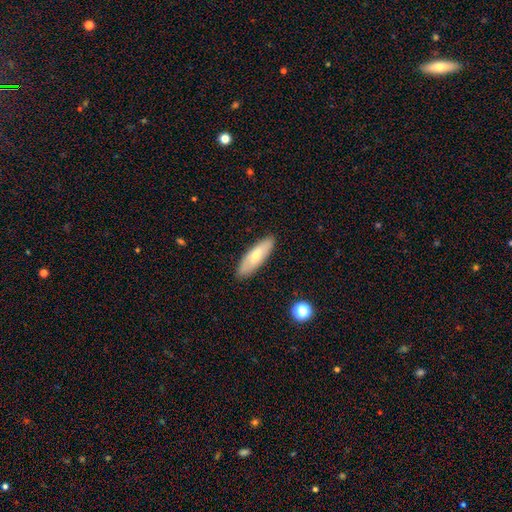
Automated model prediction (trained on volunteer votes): smooth-or-featured: smooth: 57% | featured or disk: 37% | star or artifact: 6%
  how-rounded: in between: 49% | cigar-shaped: 48% | round: 2%
  merging: none: 89% | minor disturbance: 8% | major disturbance: 2% | merger: 1%